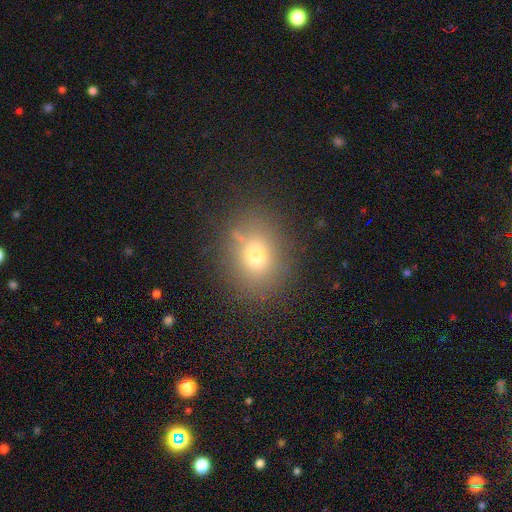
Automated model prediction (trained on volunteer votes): This is likely a smooth galaxy (69%). How rounded: possibly round (56%). Merging: clearly none (81%).